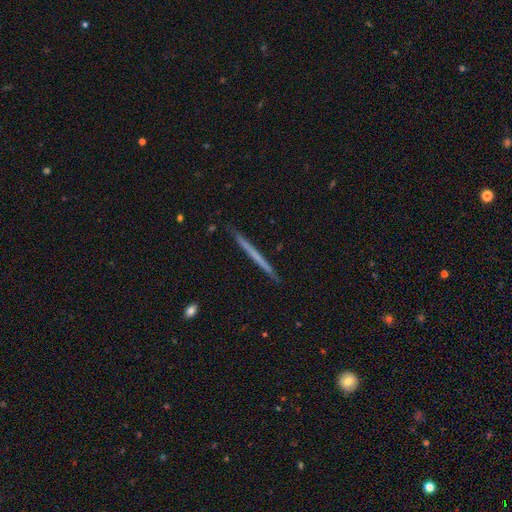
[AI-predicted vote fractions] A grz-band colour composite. It shows a featured or disk galaxy (50%) viewed edge-on (98%). Merging: none (92%).